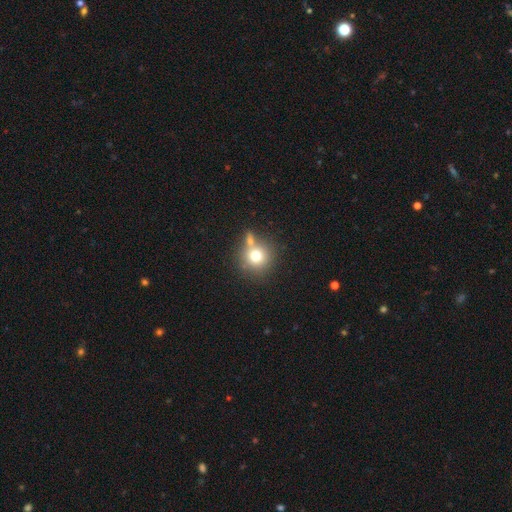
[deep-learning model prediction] The model was most divided on "merging": none: 59%, merger: 25%, minor disturbance: 12%, major disturbance: 5%. More confident: how rounded — round (91%); smooth or featured — smooth (74%).